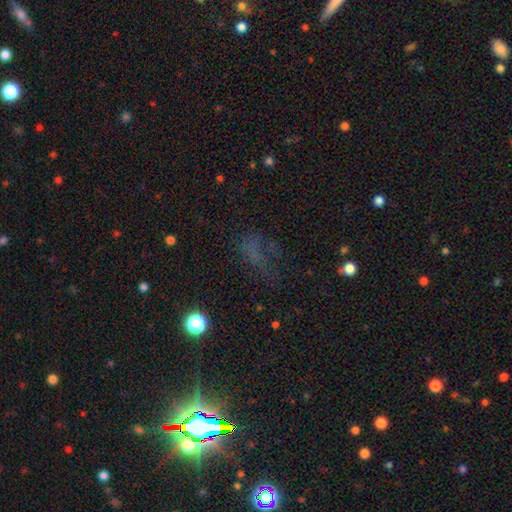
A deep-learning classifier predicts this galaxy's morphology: smooth-or-featured: star or artifact: 46% | smooth: 34% | featured or disk: 20%